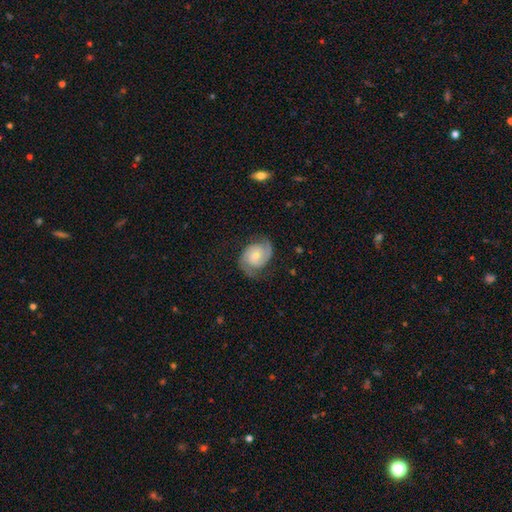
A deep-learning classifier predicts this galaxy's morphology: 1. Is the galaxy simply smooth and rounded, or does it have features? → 81% featured or disk, 13% smooth, 6% star or artifact.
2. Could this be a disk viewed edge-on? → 98% no, 2% yes.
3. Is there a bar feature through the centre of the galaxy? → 63% no, 31% weak, 6% strong.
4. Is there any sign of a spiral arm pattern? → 97% yes, 3% no.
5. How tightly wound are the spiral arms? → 45% medium, 41% tight, 14% loose.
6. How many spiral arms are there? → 88% 2, 4% can't tell, 4% 1, 2% 3, 1% 4, 1% more than 4.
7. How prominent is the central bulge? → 47% small, 40% moderate, 7% none, 5% large, 1% dominant.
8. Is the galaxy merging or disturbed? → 74% none, 18% minor disturbance, 7% major disturbance, 1% merger.